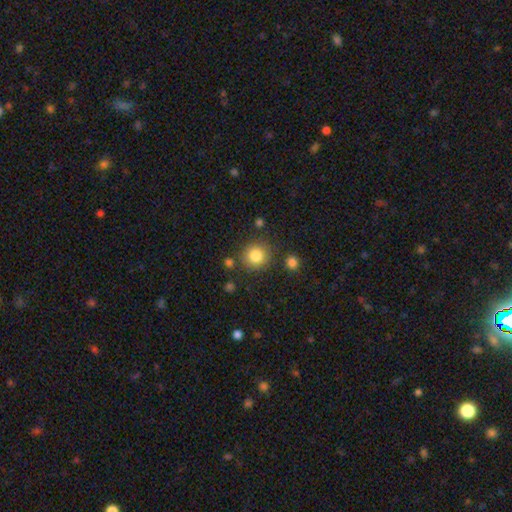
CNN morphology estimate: Smooth or featured: smooth — 83% (star or artifact — 10%)
How rounded: round — 91% (in between — 8%)
Merging: none — 83% (minor disturbance — 9%)